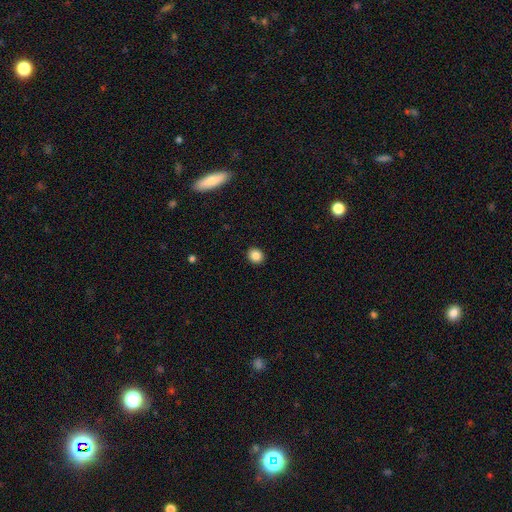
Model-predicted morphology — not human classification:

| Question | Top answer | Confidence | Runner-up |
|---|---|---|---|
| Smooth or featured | smooth | 86% | star or artifact (10%) |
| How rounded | round | 75% | in between (24%) |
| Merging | none | 92% | minor disturbance (6%) |